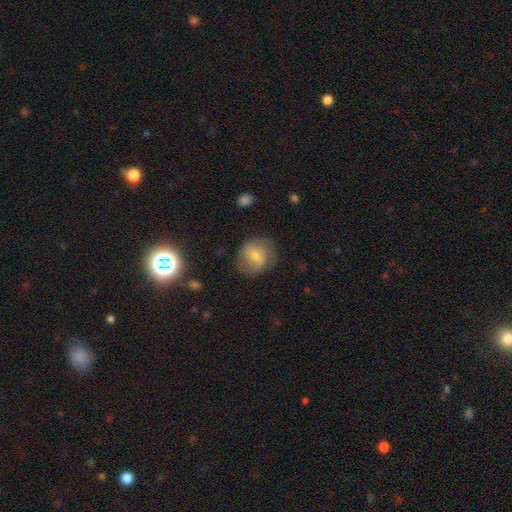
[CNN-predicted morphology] This is possibly a smooth galaxy (58%). How rounded: likely round (75%). Merging: likely none (69%).